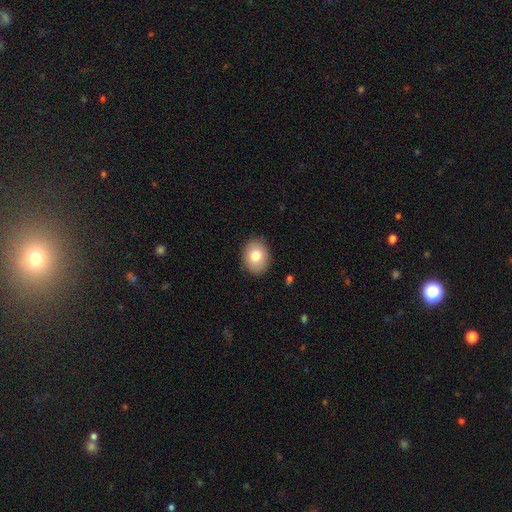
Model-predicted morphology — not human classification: smooth_or_featured: smooth (p=0.80) [alt: featured or disk p=0.12]
how_rounded: in between (p=0.56) [alt: round p=0.43]
merging: none (p=0.88) [alt: minor disturbance p=0.09]